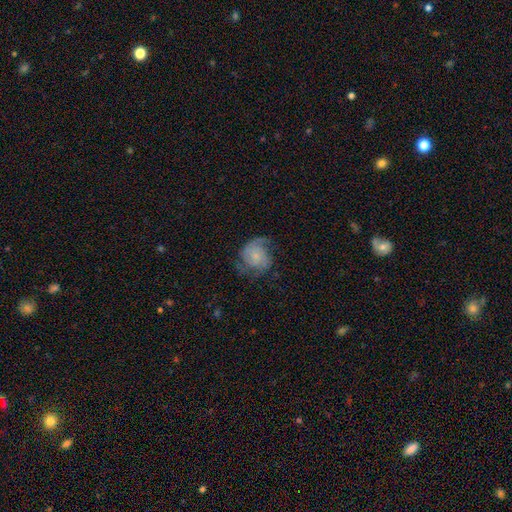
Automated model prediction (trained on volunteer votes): Smooth or featured?
  - featured or disk: 61% *
  - smooth: 31%
  - star or artifact: 8%
Edge-on disk?
  - no: 98% *
  - yes: 2%
Bar?
  - no: 75% *
  - weak: 22%
  - strong: 3%
Spiral arms?
  - yes: 89% *
  - no: 11%
Spiral winding?
  - medium: 43% *
  - tight: 30%
  - loose: 27%
Spiral arm count?
  - 2: 55% *
  - can't tell: 19%
  - 3: 13%
  - 1: 6%
  - 4: 4%
  - more than 4: 3%
Bulge size?
  - small: 59% *
  - none: 18%
  - moderate: 18%
  - large: 3%
  - dominant: 2%
Merging?
  - none: 55% *
  - minor disturbance: 24%
  - major disturbance: 20%
  - merger: 1%